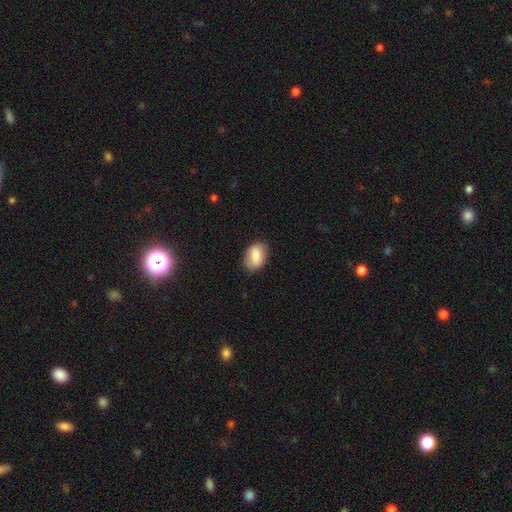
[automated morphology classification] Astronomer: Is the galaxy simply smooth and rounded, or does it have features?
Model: smooth — 82%.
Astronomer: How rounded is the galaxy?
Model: in between — 84%.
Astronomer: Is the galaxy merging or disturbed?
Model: none — 82%.